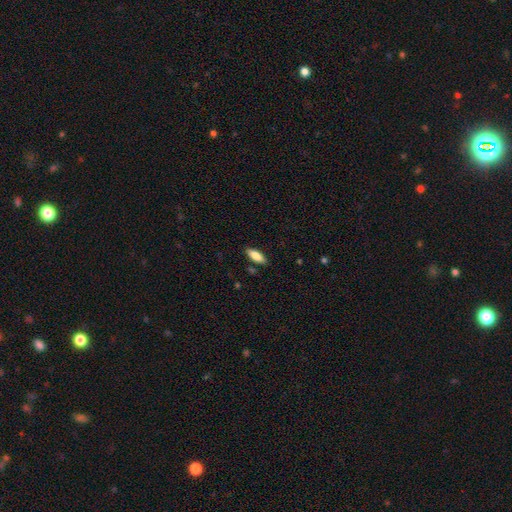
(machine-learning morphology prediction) smooth_or_featured: smooth (p=0.81) [alt: featured or disk p=0.12]
how_rounded: in between (p=0.69) [alt: cigar-shaped p=0.29]
merging: none (p=0.86) [alt: minor disturbance p=0.10]